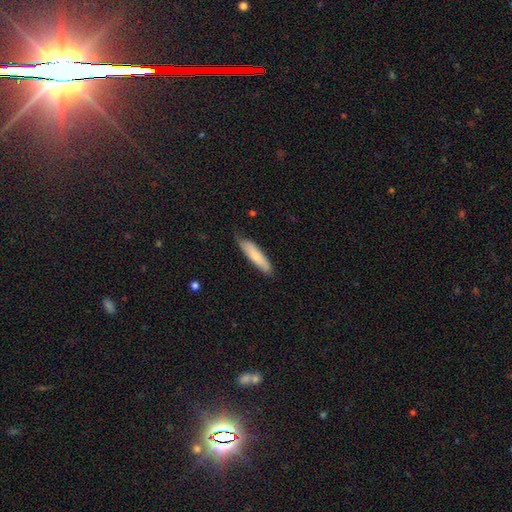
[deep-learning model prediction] Morphology: type=smooth (79%); roundness=cigar-shaped (76%); merging=none (76%).